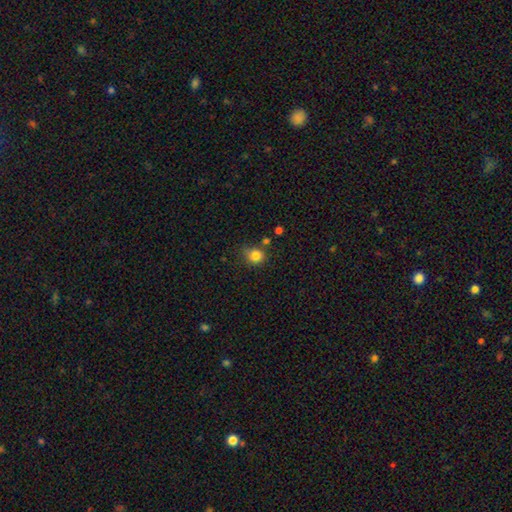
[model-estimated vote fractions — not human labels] Smooth or featured?
  - smooth: 81% *
  - star or artifact: 12%
  - featured or disk: 6%
How rounded?
  - round: 82% *
  - in between: 17%
  - cigar-shaped: 1%
Merging?
  - none: 62% *
  - minor disturbance: 23%
  - merger: 8%
  - major disturbance: 7%